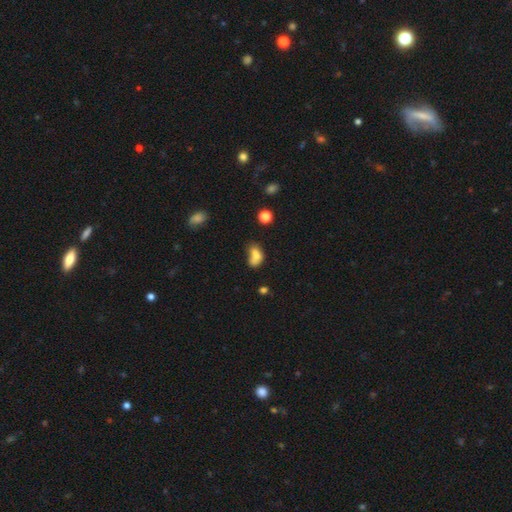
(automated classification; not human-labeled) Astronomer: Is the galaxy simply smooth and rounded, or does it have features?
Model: smooth — 69%.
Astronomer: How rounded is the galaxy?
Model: in between — 77%.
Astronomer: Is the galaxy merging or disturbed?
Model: merger — 43% (runner-up: none, 25%).